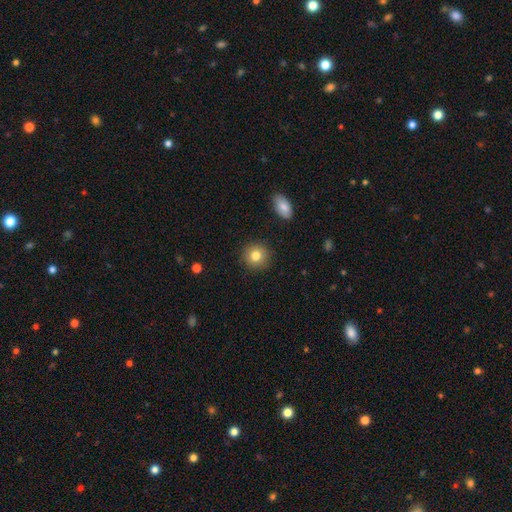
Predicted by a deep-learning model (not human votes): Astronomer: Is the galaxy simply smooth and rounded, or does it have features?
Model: smooth — 81%.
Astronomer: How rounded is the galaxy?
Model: round — 90%.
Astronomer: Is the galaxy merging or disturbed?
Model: none — 90%.